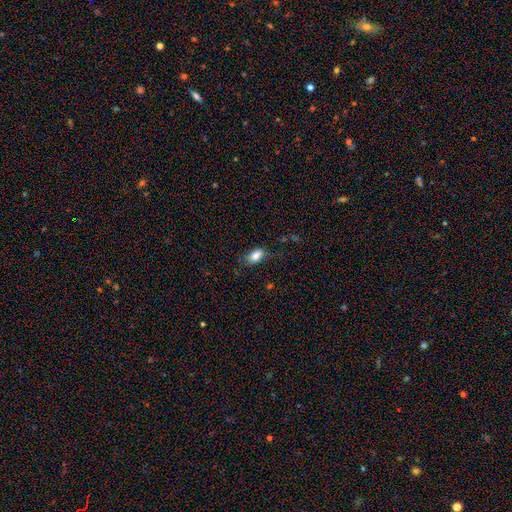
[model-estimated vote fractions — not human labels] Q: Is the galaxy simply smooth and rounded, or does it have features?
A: smooth — 83%.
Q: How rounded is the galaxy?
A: in between — 89%.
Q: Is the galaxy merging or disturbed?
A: none — 72%.